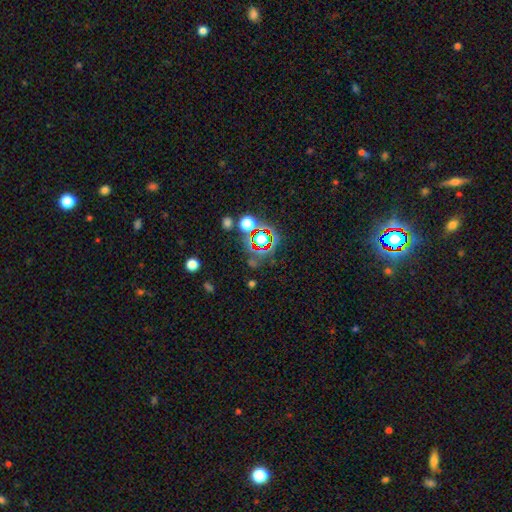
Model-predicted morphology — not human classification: type=star or artifact (76%).